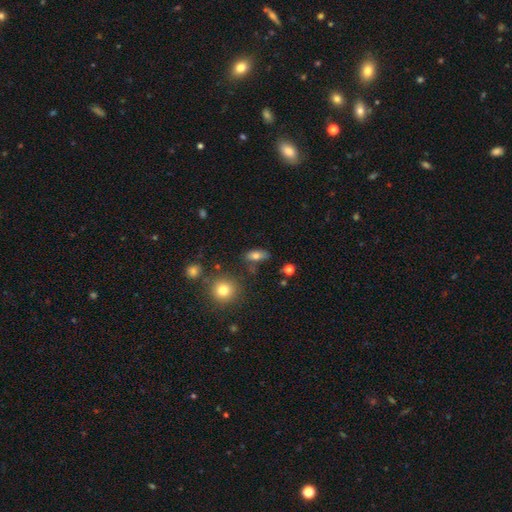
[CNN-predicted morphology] Smooth or featured? smooth (75%)
How rounded? in between (79%)
Merging? none (70%)